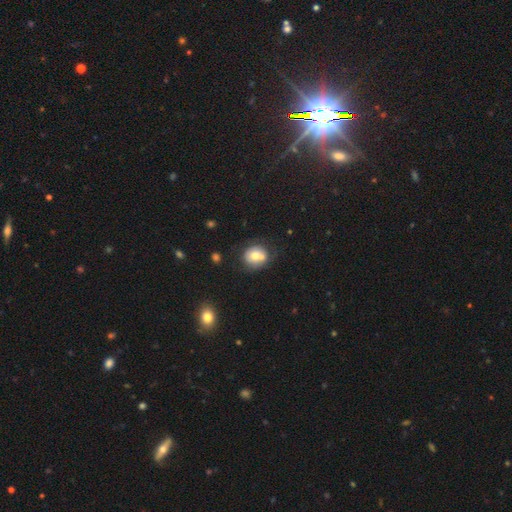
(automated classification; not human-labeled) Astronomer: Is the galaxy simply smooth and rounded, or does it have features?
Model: smooth — 68%.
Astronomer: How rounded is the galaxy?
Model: round — 78%.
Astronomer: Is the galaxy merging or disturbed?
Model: none — 50% (runner-up: merger, 31%).